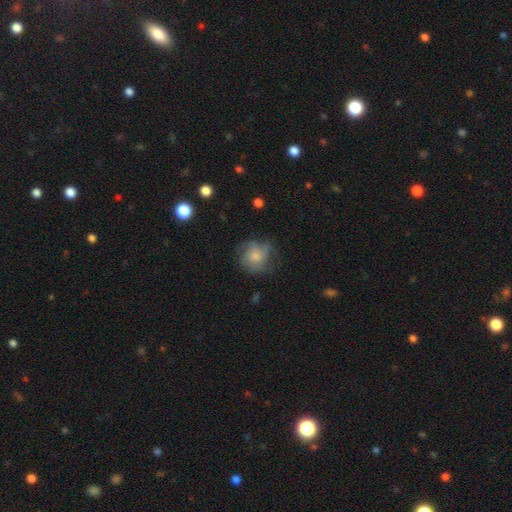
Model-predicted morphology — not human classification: Smooth or featured?
  - smooth: 58% *
  - featured or disk: 34%
  - star or artifact: 8%
How rounded?
  - round: 83% *
  - in between: 16%
  - cigar-shaped: 1%
Merging?
  - none: 58% *
  - minor disturbance: 26%
  - major disturbance: 14%
  - merger: 2%